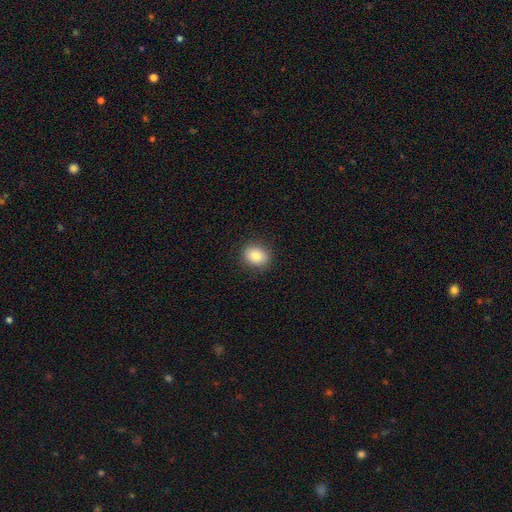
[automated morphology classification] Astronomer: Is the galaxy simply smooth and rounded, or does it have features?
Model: smooth — 83%.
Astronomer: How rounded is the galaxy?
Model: round — 56% (runner-up: in between, 43%).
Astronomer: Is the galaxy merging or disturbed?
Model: none — 89%.